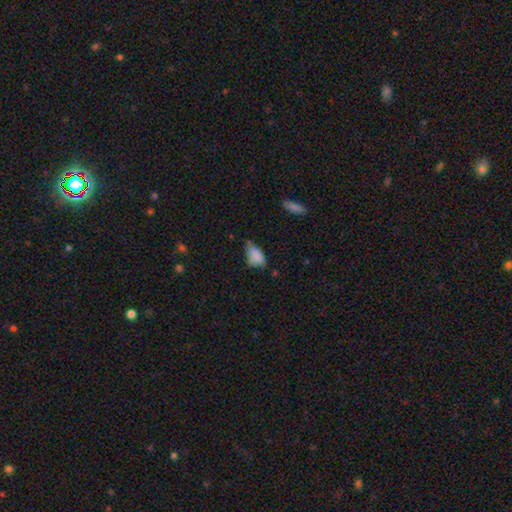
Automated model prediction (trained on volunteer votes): Morphology: type=smooth (82%); roundness=in between (90%); merging=minor disturbance (42%).